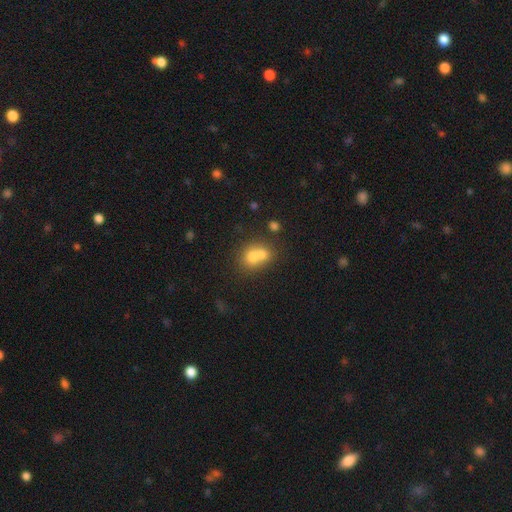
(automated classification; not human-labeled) Smooth or featured? smooth (69%)
How rounded? round (66%)
Merging? merger (64%)